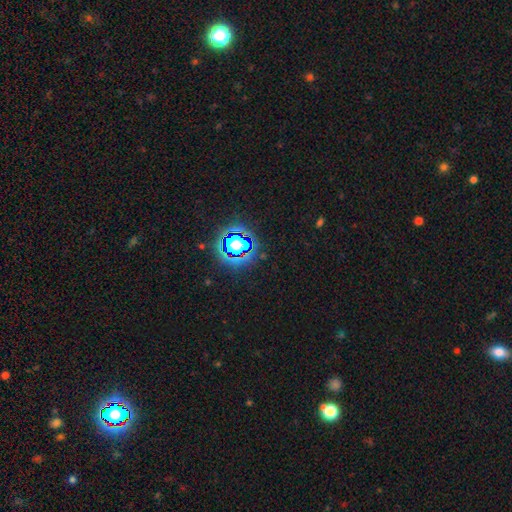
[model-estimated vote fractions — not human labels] Morphology: type=star or artifact (80%).